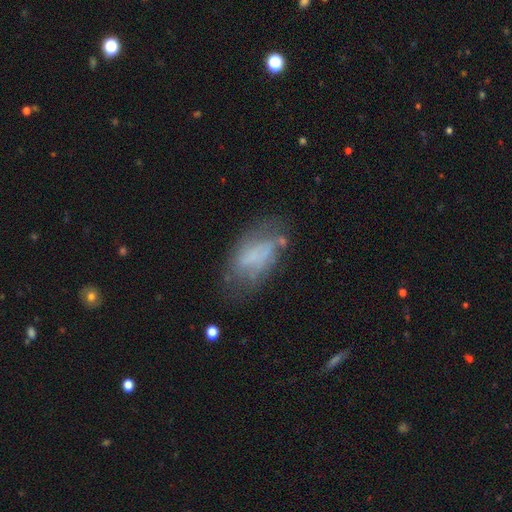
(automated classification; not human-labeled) featured or disk 45% (tied), smooth 45% (tied), star or artifact 10%. Down the decision tree: merging — none (49%).